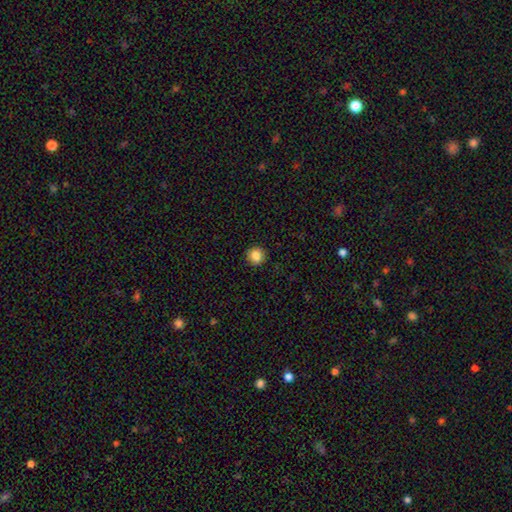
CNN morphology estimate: Smooth or featured: smooth — 86% (star or artifact — 10%)
How rounded: round — 93% (in between — 6%)
Merging: none — 92% (minor disturbance — 5%)